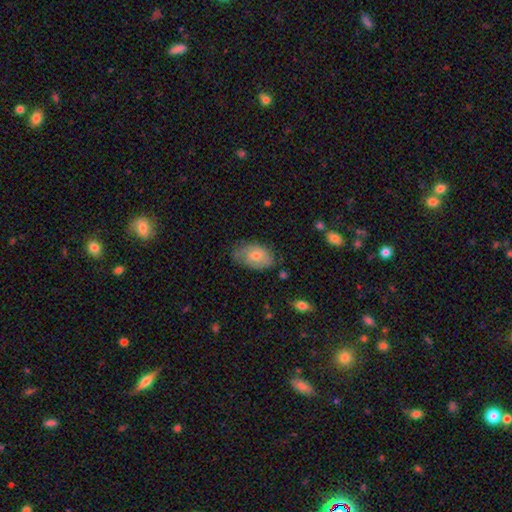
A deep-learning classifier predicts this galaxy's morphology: The model was most divided on "smooth or featured": smooth: 53%, featured or disk: 40%, star or artifact: 7%. More confident: how rounded — in between (86%); merging — none (59%).